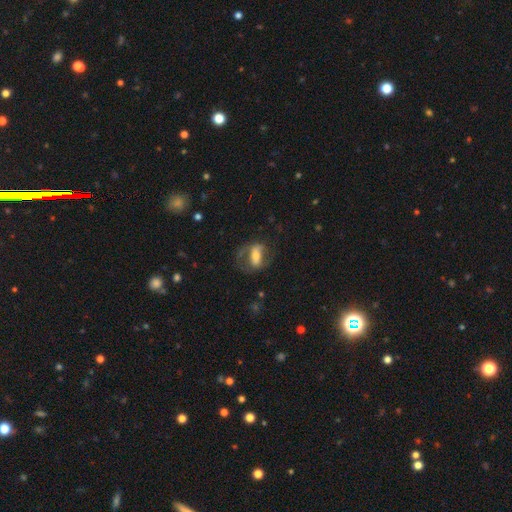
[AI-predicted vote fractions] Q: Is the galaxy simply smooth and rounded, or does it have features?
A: featured or disk — 51%.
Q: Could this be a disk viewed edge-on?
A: no — 87%.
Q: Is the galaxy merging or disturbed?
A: none — 55%.